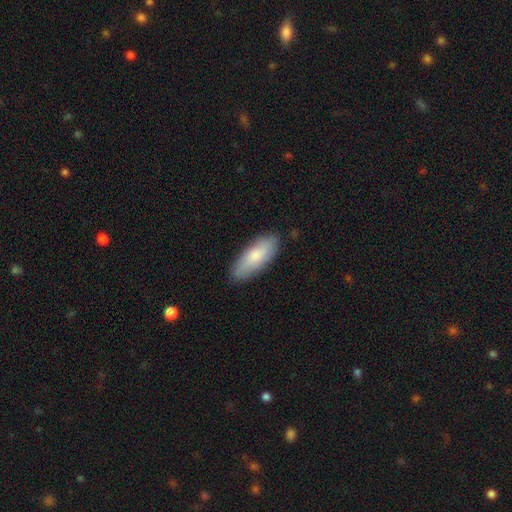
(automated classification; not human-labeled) Smooth or featured? smooth (78%)
How rounded? in between (74%)
Merging? none (83%)